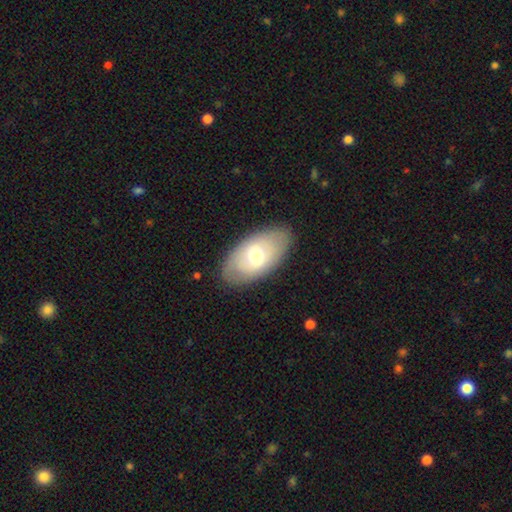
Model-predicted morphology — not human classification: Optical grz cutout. It shows a smooth galaxy with no disk features (57%) that is in between round and cigar-shaped (93%). Merging: none (84%).